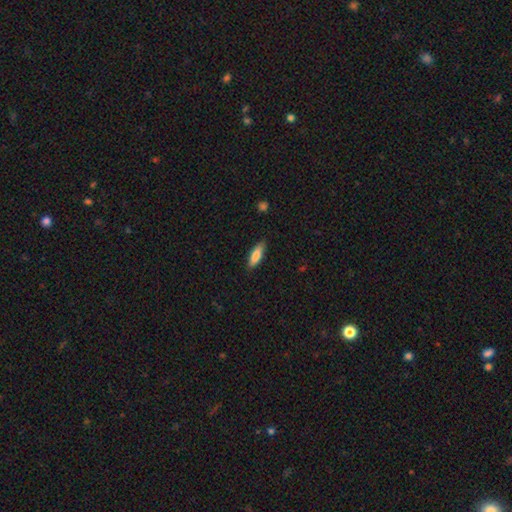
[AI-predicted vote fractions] smooth-or-featured: smooth: 81% | featured or disk: 13% | star or artifact: 6%
  how-rounded: in between: 50% | cigar-shaped: 49% | round: 2%
  merging: none: 86% | minor disturbance: 11% | major disturbance: 2% | merger: 1%